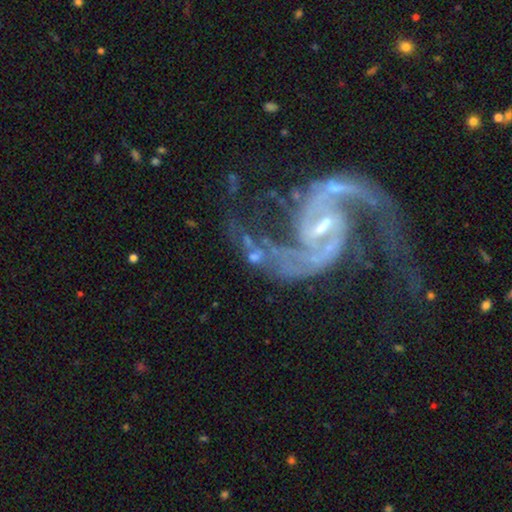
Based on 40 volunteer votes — Smooth or featured?
  - featured or disk: 92% *
  - smooth: 5%
  - star or artifact: 2%
Edge-on disk?
  - no: 97% *
  - yes: 3%
Bar?
  - weak: 47% *
  - strong: 42%
  - no: 11%
Spiral arms?
  - yes: 100% *
  - no: 0%
Spiral winding?
  - loose: 44% *
  - medium: 39%
  - tight: 17%
Spiral arm count?
  - 2: 94% *
  - 3: 3%
  - can't tell: 3%
  - 1: 0%
  - 4: 0%
  - more than 4: 0%
Bulge size?
  - small: 58% *
  - moderate: 22%
  - none: 17%
  - dominant: 3%
  - large: 0%
Merging?
  - none: 46% *
  - minor disturbance: 26%
  - major disturbance: 15%
  - merger: 13%